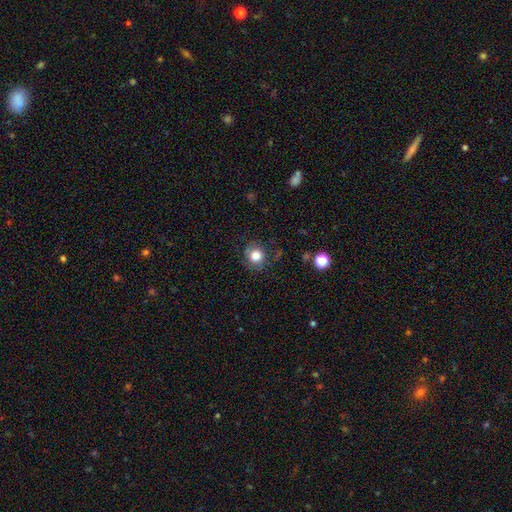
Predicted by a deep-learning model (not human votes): smooth 80%, star or artifact 11%, featured or disk 9%. Down the decision tree: how rounded — round (87%); merging — none (79%).